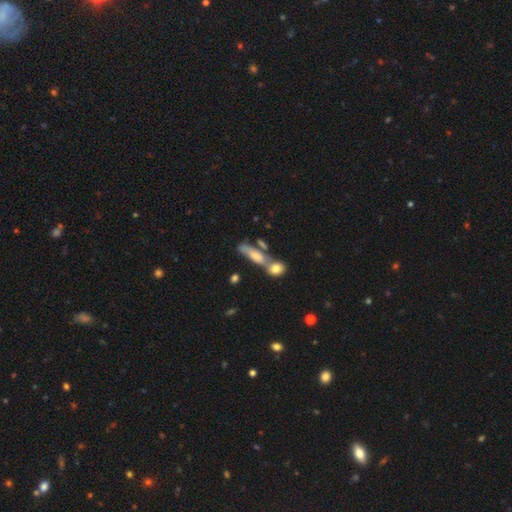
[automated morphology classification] smooth_or_featured: smooth (p=0.65) [alt: featured or disk p=0.26]
how_rounded: in between (p=0.48) [alt: cigar-shaped p=0.46]
merging: merger (p=0.46) [alt: none p=0.34]